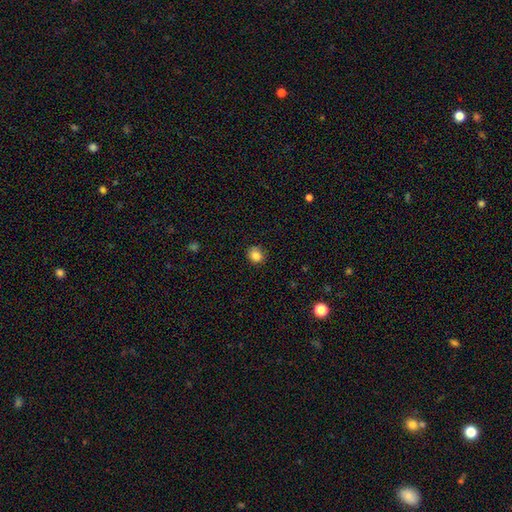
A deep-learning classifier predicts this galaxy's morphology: A smooth galaxy with no disk features (84%) that is round (72%). Merging: none (79%).